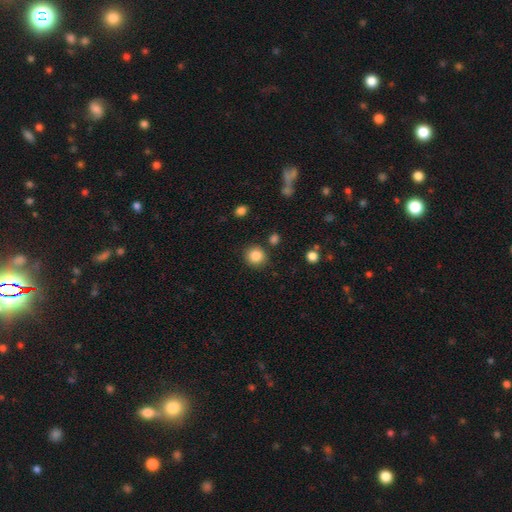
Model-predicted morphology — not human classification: Q: Smooth or featured?
A: smooth (85%); runner-up: star or artifact (10%)
Q: How rounded?
A: round (91%); runner-up: in between (9%)
Q: Merging?
A: none (87%); runner-up: minor disturbance (7%)